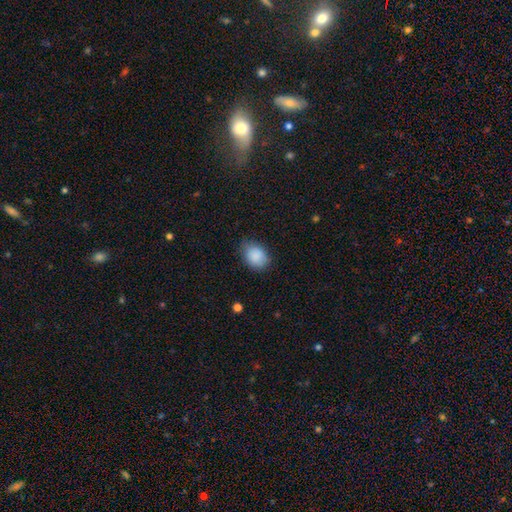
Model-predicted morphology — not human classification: This appears to be a smooth galaxy with no disk features (88%) that is in between round and cigar-shaped (71%). Merging: none (73%).